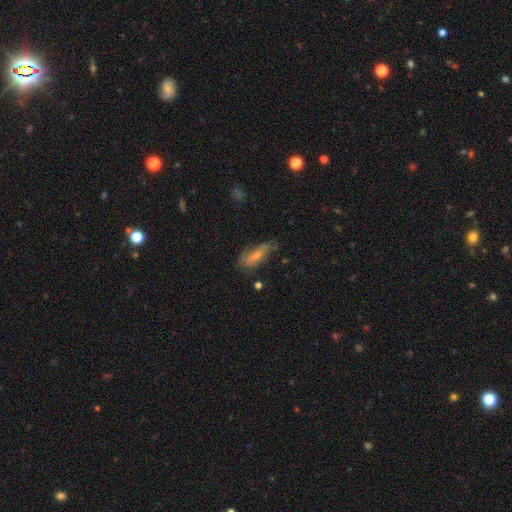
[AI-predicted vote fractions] Q: Smooth or featured?
A: smooth (55%); runner-up: featured or disk (37%)
Q: How rounded?
A: in between (62%); runner-up: cigar-shaped (35%)
Q: Merging?
A: none (54%); runner-up: minor disturbance (31%)